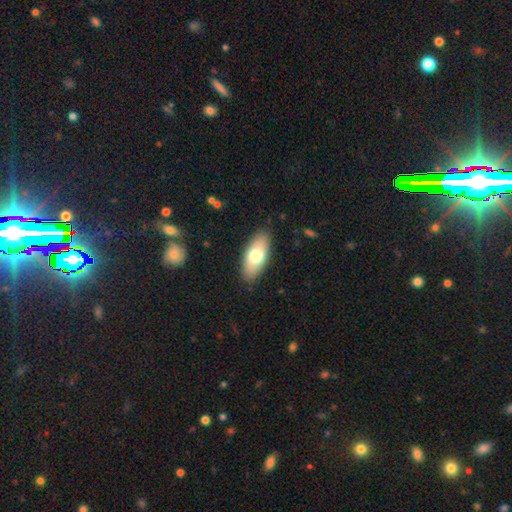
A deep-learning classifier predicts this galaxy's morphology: Overall: smooth (72%). How rounded: in between (86%). Merging: none (87%).